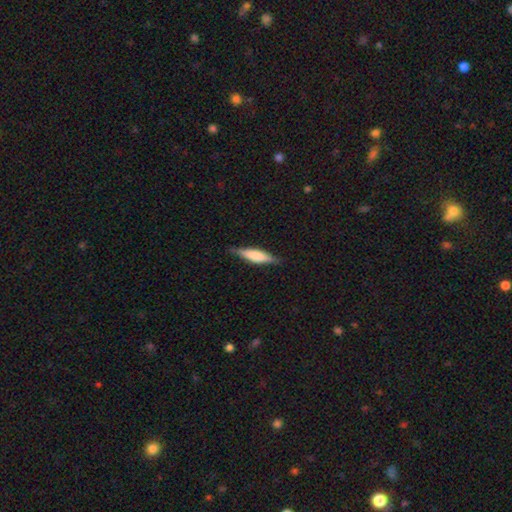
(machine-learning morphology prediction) Overall: smooth (58%; featured or disk 37%). How rounded: cigar-shaped (71%). Merging: none (83%).